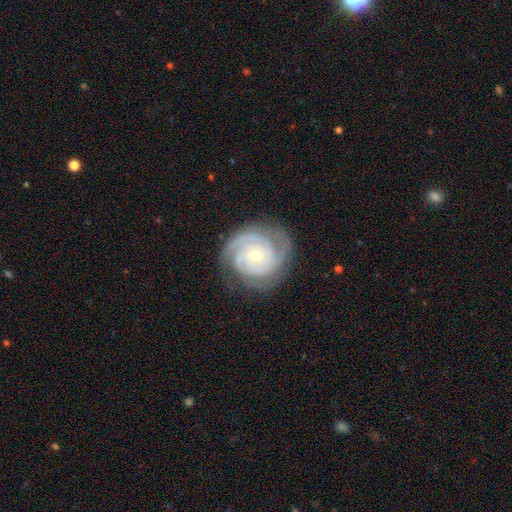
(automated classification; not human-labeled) Q: Smooth or featured?
A: featured or disk (91%); runner-up: smooth (5%)
Q: Edge-on disk?
A: no (98%); runner-up: yes (2%)
Q: Bar?
A: no (62%); runner-up: weak (30%)
Q: Spiral arms?
A: yes (98%); runner-up: no (2%)
Q: Spiral winding?
A: tight (79%); runner-up: medium (19%)
Q: Spiral arm count?
A: 3 (38%); runner-up: 2 (29%)
Q: Bulge size?
A: small (49%); runner-up: moderate (48%)
Q: Merging?
A: none (80%); runner-up: minor disturbance (14%)